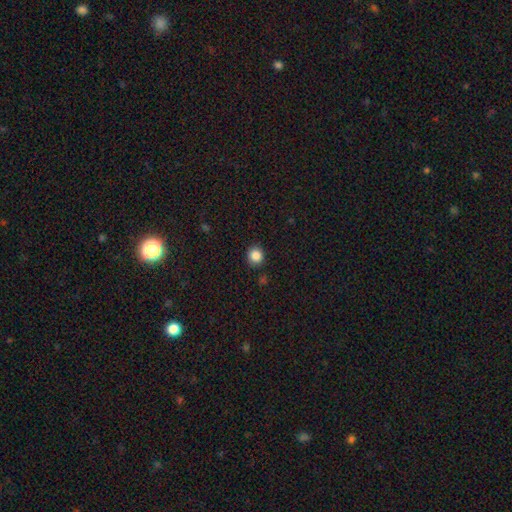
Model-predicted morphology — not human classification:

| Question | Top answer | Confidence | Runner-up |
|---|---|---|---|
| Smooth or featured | smooth | 85% | star or artifact (11%) |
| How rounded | round | 86% | in between (13%) |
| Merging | none | 89% | minor disturbance (7%) |